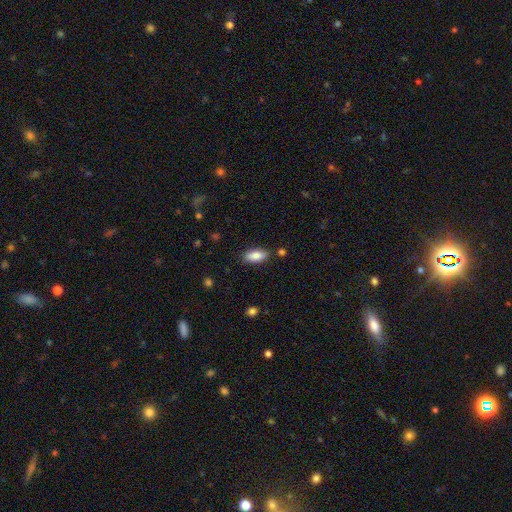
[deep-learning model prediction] Q: Smooth or featured?
A: smooth (87%); runner-up: star or artifact (7%)
Q: How rounded?
A: in between (85%); runner-up: cigar-shaped (13%)
Q: Merging?
A: none (83%); runner-up: minor disturbance (11%)